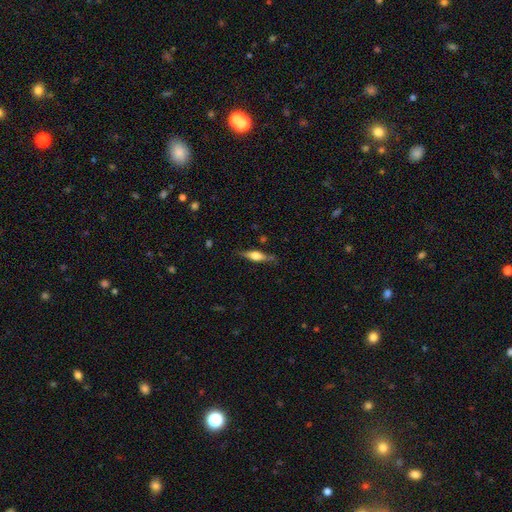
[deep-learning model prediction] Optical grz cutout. It shows a featured or disk galaxy (56%) viewed edge-on (94%) with a rounded central bulge (85%). Merging: none (80%).